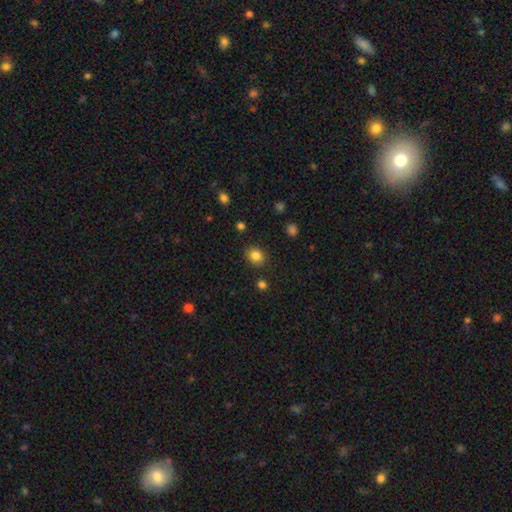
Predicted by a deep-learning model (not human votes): Smooth or featured? smooth (84%)
How rounded? round (71%)
Merging? none (85%)